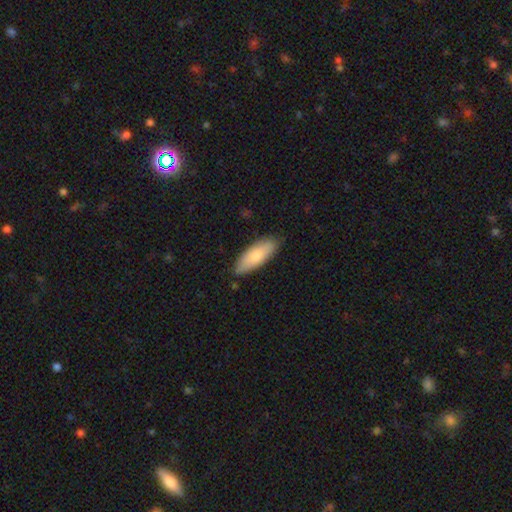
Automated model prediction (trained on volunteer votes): This appears to be a smooth galaxy with no disk features (76%) that is in between round and cigar-shaped (70%). Merging: none (83%).